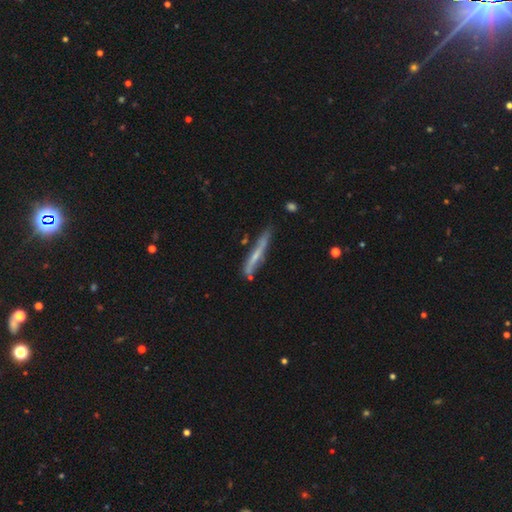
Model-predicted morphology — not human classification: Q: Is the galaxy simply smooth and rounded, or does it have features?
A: featured or disk — 55%.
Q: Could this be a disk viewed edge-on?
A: yes — 85%.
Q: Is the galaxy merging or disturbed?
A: none — 67%.